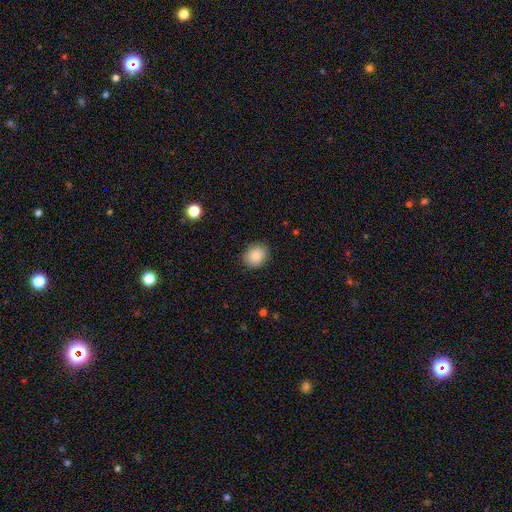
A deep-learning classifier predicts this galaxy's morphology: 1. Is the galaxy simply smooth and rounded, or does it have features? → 88% smooth, 8% star or artifact, 4% featured or disk.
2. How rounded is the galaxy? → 58% round, 41% in between, 1% cigar-shaped.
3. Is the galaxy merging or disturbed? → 86% none, 10% minor disturbance, 3% major disturbance, 1% merger.